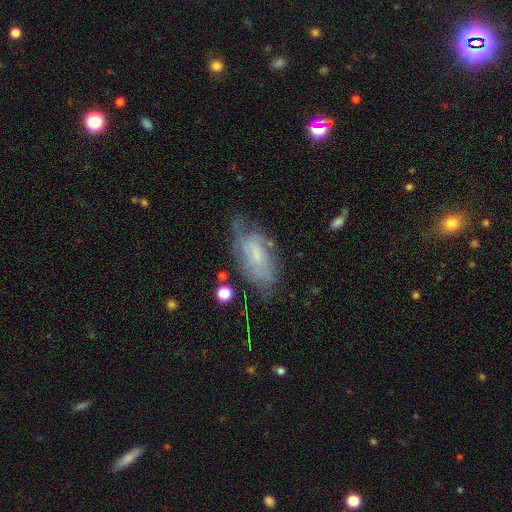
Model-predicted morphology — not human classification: The model was most divided on "smooth or featured": featured or disk: 60%, smooth: 31%, star or artifact: 9%. More confident: edge-on disk — no (91%); spiral arms — yes (76%); bar — no (63%); merging — none (58%); bulge size — small (57%).